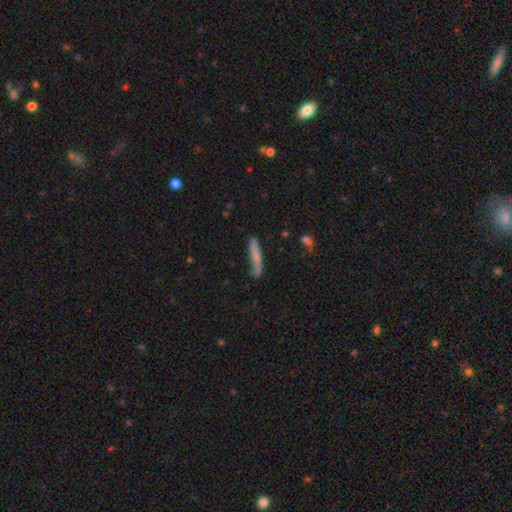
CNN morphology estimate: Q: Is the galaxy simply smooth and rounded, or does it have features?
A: smooth — 64%.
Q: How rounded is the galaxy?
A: cigar-shaped — 89%.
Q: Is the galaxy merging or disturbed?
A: none — 65%.